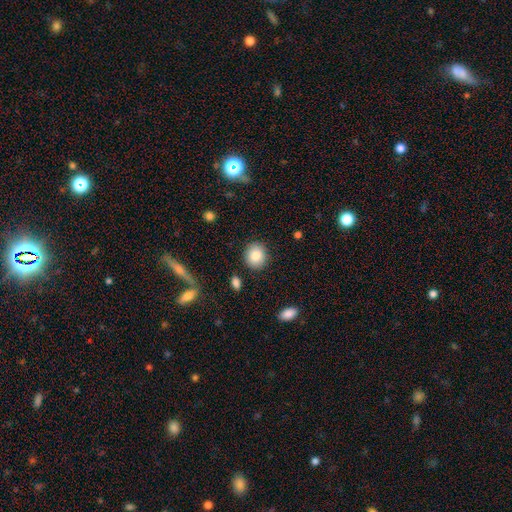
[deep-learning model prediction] smooth_or_featured: smooth (p=0.84) [alt: star or artifact p=0.08]
how_rounded: round (p=0.76) [alt: in between p=0.23]
merging: none (p=0.88) [alt: minor disturbance p=0.08]